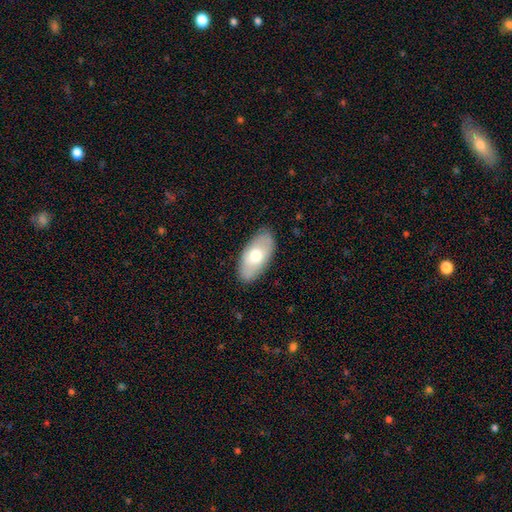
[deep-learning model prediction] Smooth or featured? Predicted: smooth (p=0.65). How rounded? Predicted: in between (p=0.93). Merging? Predicted: none (p=0.85).